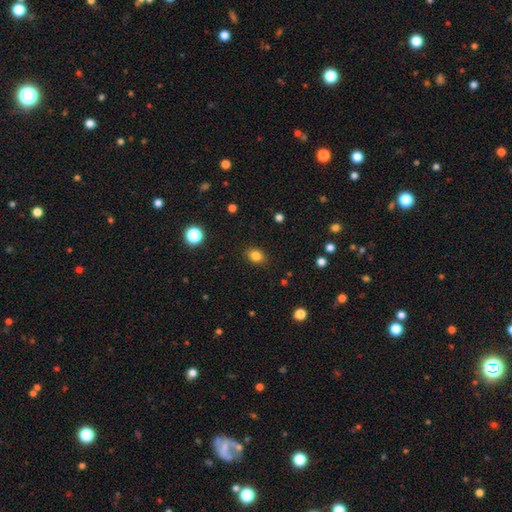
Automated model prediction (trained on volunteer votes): Q: Smooth or featured?
A: smooth (83%); runner-up: star or artifact (12%)
Q: How rounded?
A: in between (51%); runner-up: round (48%)
Q: Merging?
A: none (88%); runner-up: minor disturbance (9%)